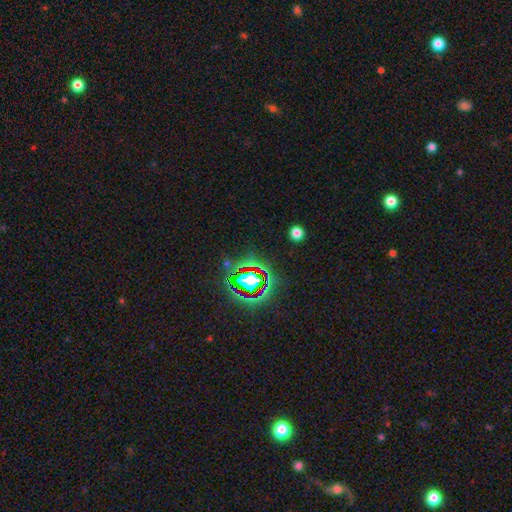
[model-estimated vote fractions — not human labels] The model was most divided on "smooth or featured": star or artifact: 77%, smooth: 13%, featured or disk: 10%.